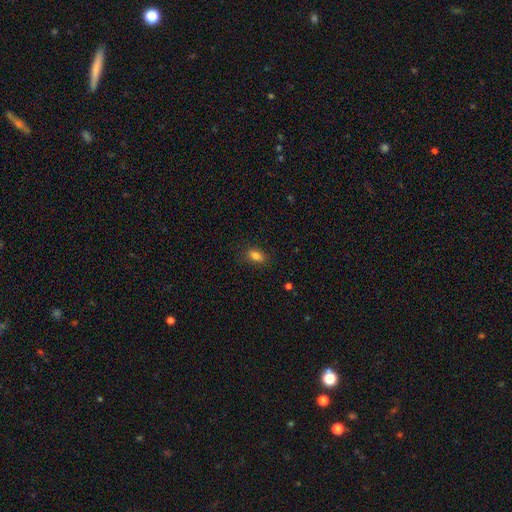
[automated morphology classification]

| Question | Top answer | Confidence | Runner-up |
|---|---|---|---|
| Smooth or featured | smooth | 82% | star or artifact (11%) |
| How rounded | in between | 82% | cigar-shaped (9%) |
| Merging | none | 82% | minor disturbance (13%) |